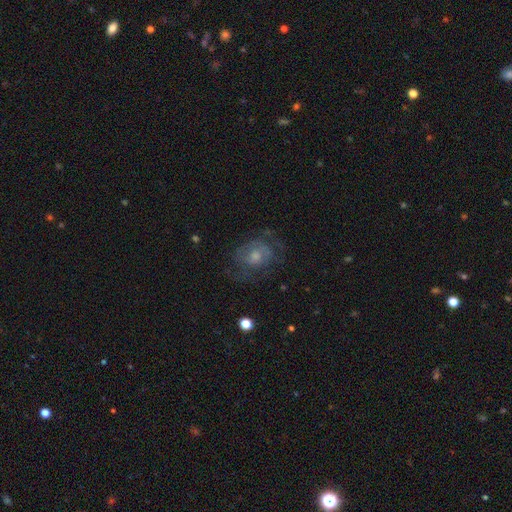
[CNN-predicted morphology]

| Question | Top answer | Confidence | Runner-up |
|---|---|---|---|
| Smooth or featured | featured or disk | 60% | smooth (26%) |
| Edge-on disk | no | 96% | yes (4%) |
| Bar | no | 78% | weak (19%) |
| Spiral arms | yes | 72% | no (28%) |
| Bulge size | moderate | 51% | small (34%) |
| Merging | none | 66% | minor disturbance (19%) |